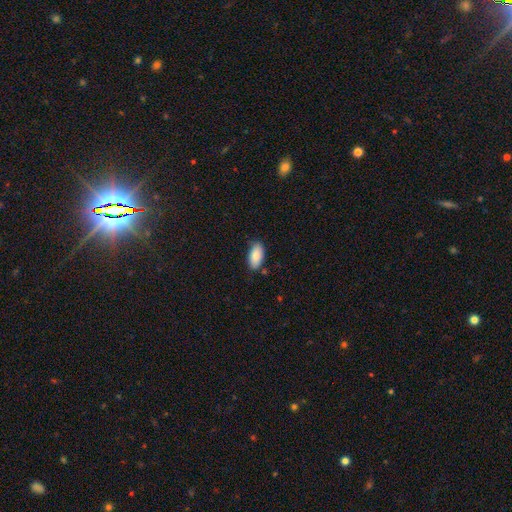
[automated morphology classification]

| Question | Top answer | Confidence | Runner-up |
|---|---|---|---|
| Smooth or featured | smooth | 86% | featured or disk (7%) |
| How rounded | in between | 93% | cigar-shaped (5%) |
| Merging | none | 80% | minor disturbance (15%) |